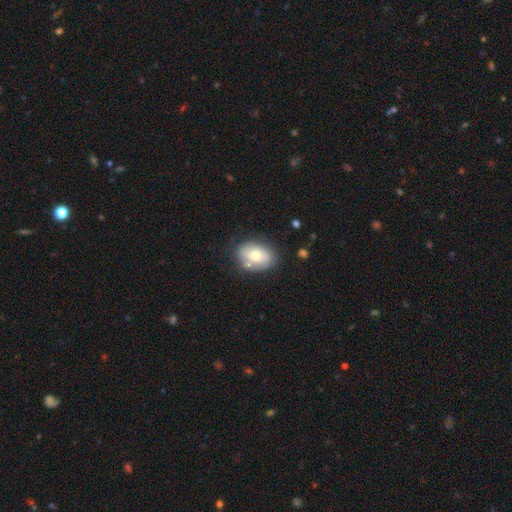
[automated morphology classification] smooth_or_featured: smooth (p=0.64) [alt: featured or disk p=0.29]
how_rounded: in between (p=0.76) [alt: round p=0.23]
merging: none (p=0.66) [alt: minor disturbance p=0.20]